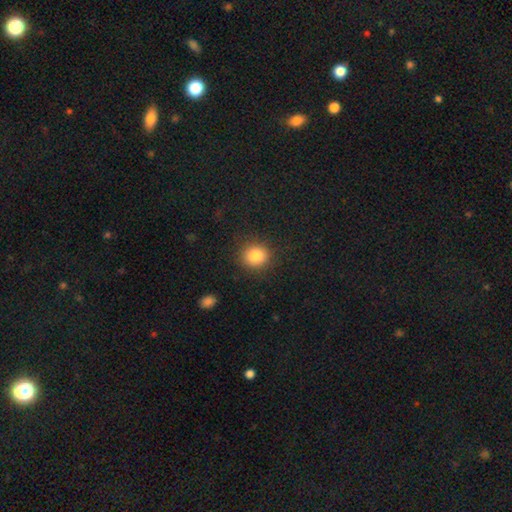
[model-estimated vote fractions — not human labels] Q: Smooth or featured?
A: smooth (83%); runner-up: star or artifact (10%)
Q: How rounded?
A: round (85%); runner-up: in between (14%)
Q: Merging?
A: none (89%); runner-up: minor disturbance (7%)